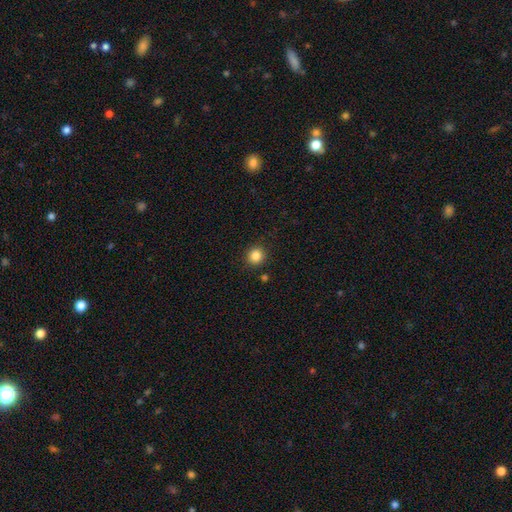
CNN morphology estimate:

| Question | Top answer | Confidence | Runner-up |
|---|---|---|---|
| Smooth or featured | smooth | 85% | star or artifact (11%) |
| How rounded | round | 90% | in between (9%) |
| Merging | none | 89% | minor disturbance (7%) |